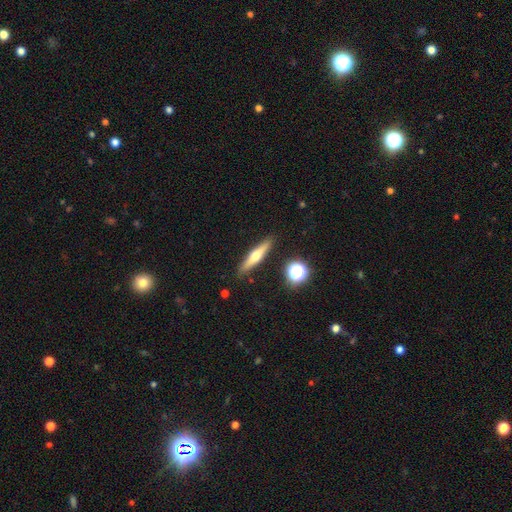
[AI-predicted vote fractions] Smooth or featured? Predicted: featured or disk (p=0.49). Merging? Predicted: none (p=0.88).